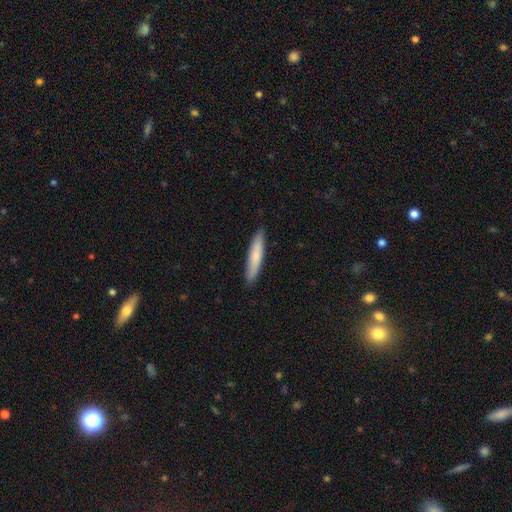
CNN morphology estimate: Smooth or featured? Predicted: smooth (p=0.77). How rounded? Predicted: cigar-shaped (p=0.89). Merging? Predicted: none (p=0.89).